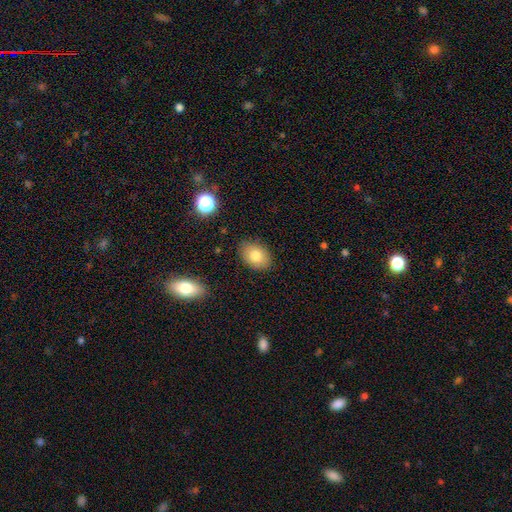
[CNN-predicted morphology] This is likely a smooth galaxy (80%). How rounded: likely in between (77%). Merging: clearly none (85%).